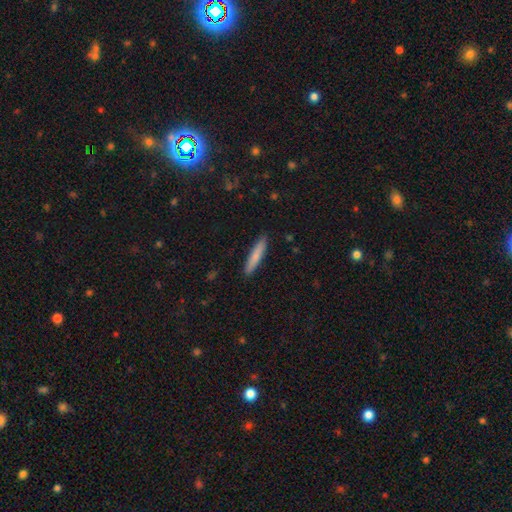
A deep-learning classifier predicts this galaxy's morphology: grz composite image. It shows a smooth galaxy with no disk features (78%) that is cigar-shaped (90%). Merging: none (91%).